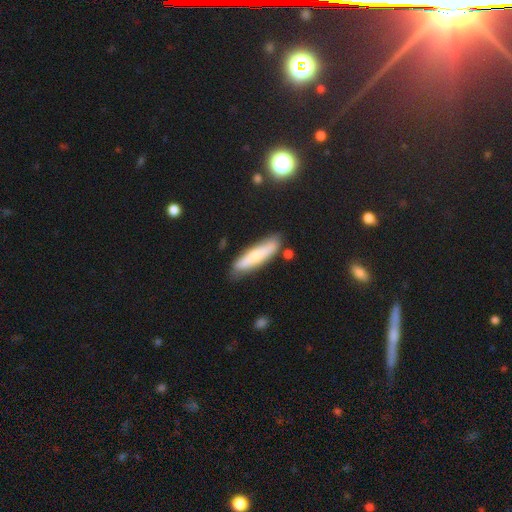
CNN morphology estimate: type=smooth (59%); roundness=cigar-shaped (75%); merging=none (79%).